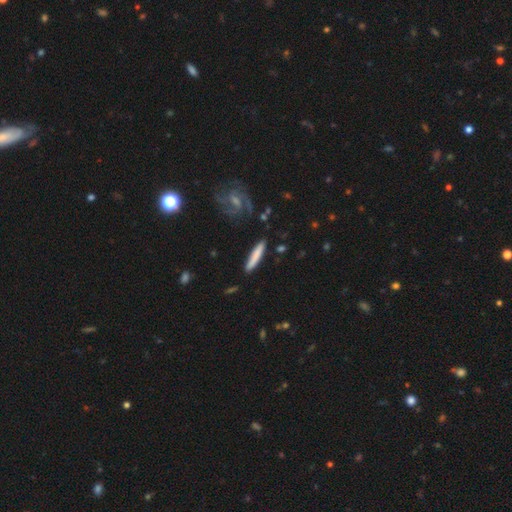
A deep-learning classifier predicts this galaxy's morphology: type=smooth (75%); roundness=cigar-shaped (92%); merging=none (87%).